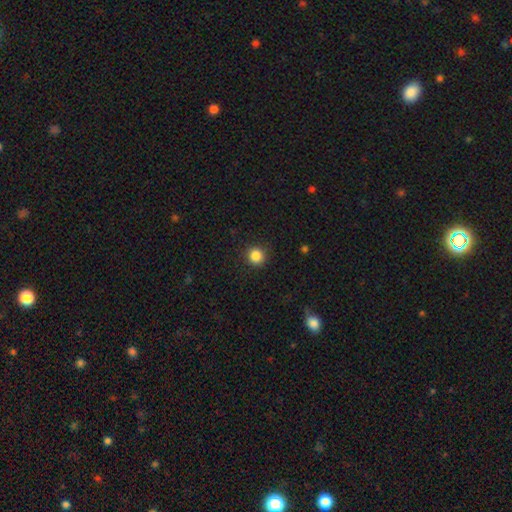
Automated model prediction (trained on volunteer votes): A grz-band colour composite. It shows a smooth galaxy with no disk features (85%) that is round (92%). Merging: none (90%).